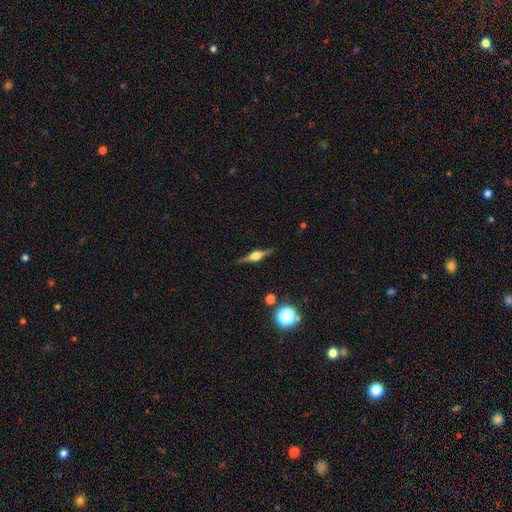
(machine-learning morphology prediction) featured or disk 79%, smooth 14%, star or artifact 8%. Down the decision tree: edge-on disk — yes (97%); edge-on bulge — rounded (88%); merging — none (88%).